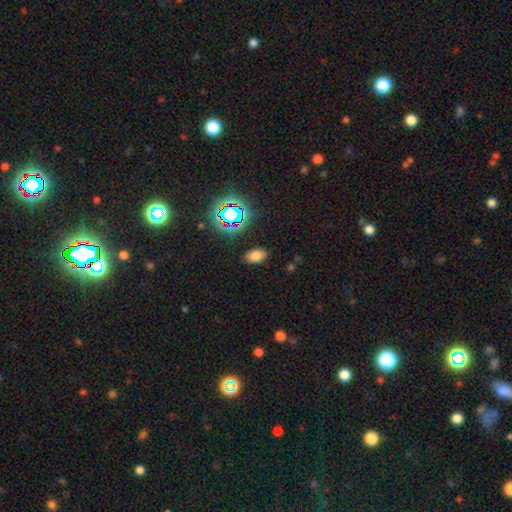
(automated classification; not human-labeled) Morphology: type=smooth (72%); roundness=in between (90%); merging=none (86%).